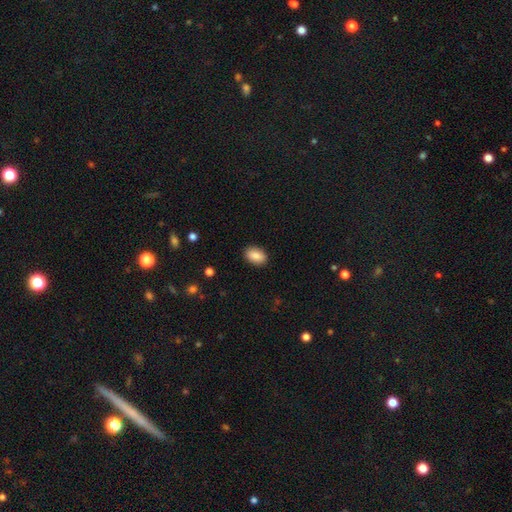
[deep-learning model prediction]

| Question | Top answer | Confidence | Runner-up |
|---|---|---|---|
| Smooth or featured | smooth | 86% | star or artifact (7%) |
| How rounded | in between | 89% | round (9%) |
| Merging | none | 89% | minor disturbance (8%) |